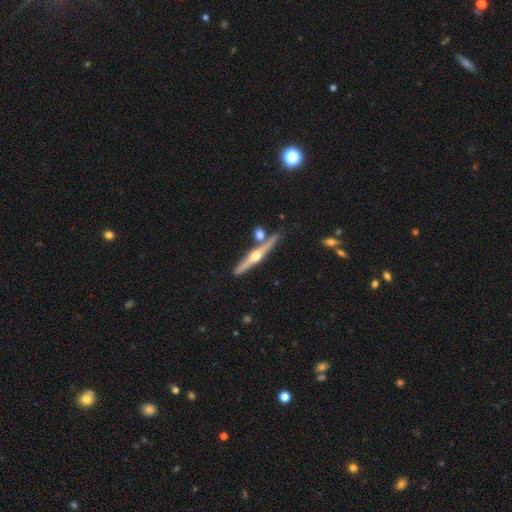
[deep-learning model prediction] smooth_or_featured: featured or disk (p=0.76) [alt: smooth p=0.19]
disk_edge_on: yes (p=0.97) [alt: no p=0.03]
edge_on_bulge: rounded (p=0.95) [alt: none p=0.03]
merging: none (p=0.77) [alt: merger p=0.11]